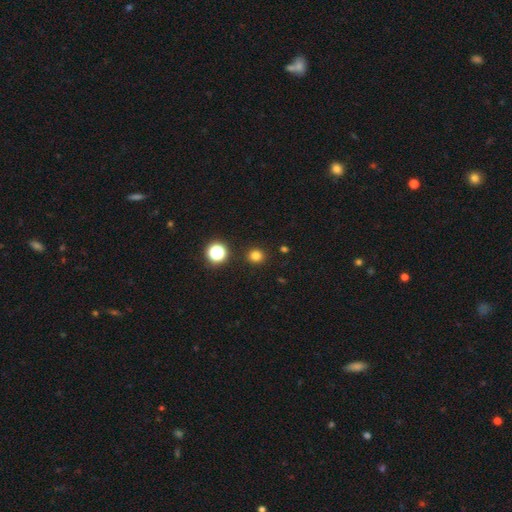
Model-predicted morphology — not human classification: Smooth or featured: smooth — 79% (star or artifact — 16%)
How rounded: round — 89% (in between — 10%)
Merging: none — 91% (minor disturbance — 5%)